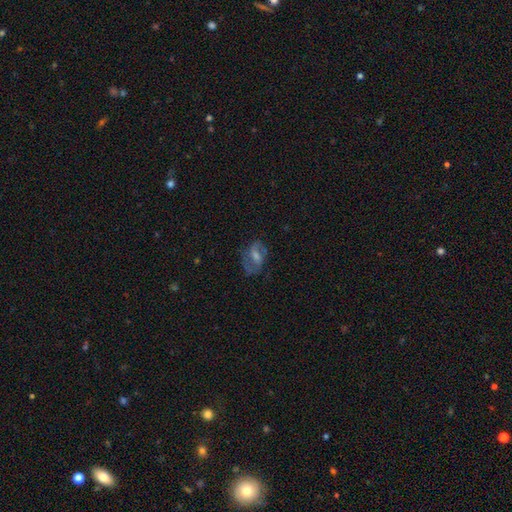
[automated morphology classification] The model was most divided on "bulge size": moderate: 47%, small: 33%, none: 9%, large: 9%, dominant: 1%. Remaining: edge-on disk — no (95%); spiral arms — yes (79%); merging — none (71%); smooth or featured — featured or disk (65%); bar — weak (46%).